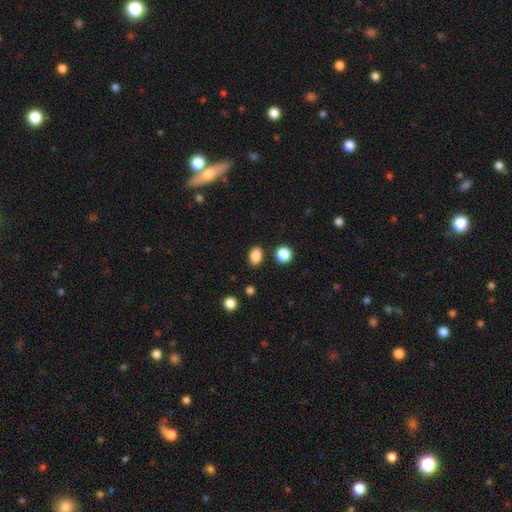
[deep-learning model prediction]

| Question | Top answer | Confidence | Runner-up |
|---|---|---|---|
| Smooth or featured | smooth | 86% | star or artifact (10%) |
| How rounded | in between | 78% | round (21%) |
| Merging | none | 84% | minor disturbance (9%) |